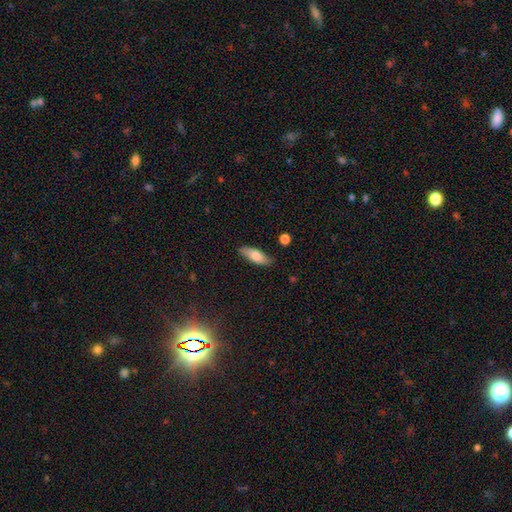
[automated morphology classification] type=smooth (76%); roundness=in between (63%); merging=none (82%).